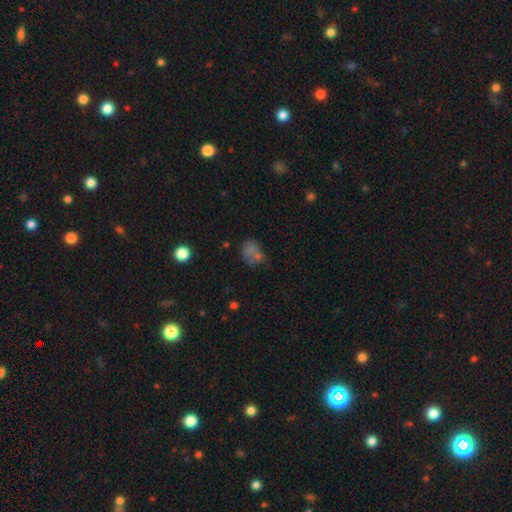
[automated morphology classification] Smooth or featured? Predicted: smooth (p=0.52). How rounded? Predicted: in between (p=0.51). Merging? Predicted: none (p=0.41).